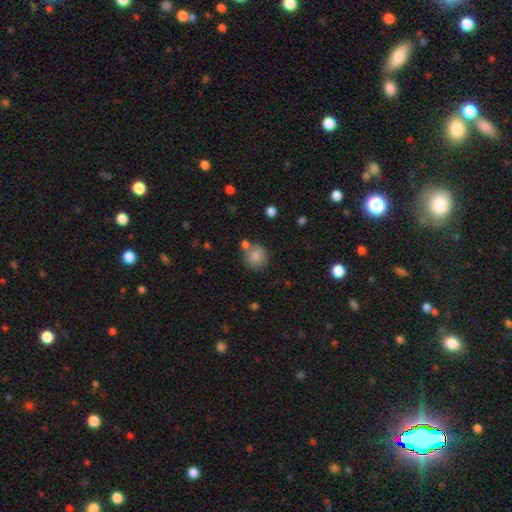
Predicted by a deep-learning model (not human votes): smooth_or_featured: smooth (p=0.83) [alt: star or artifact p=0.09]
how_rounded: round (p=0.91) [alt: in between p=0.08]
merging: none (p=0.70) [alt: merger p=0.16]